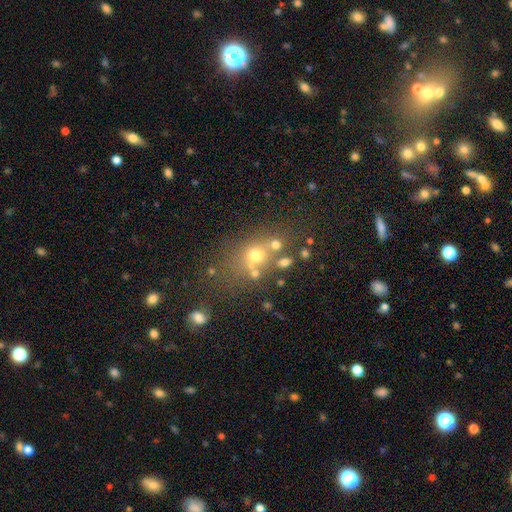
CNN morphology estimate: smooth-or-featured: smooth: 57% | star or artifact: 24% | featured or disk: 19%
  how-rounded: round: 59% | in between: 38% | cigar-shaped: 3%
  merging: none: 55% | merger: 23% | minor disturbance: 13% | major disturbance: 8%